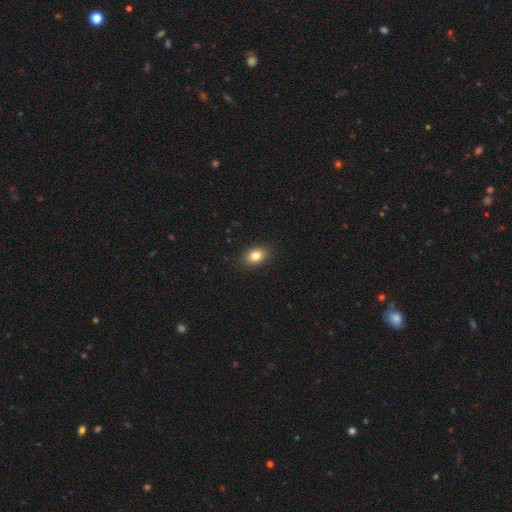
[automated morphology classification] This is clearly a smooth galaxy (82%). How rounded: likely in between (79%). Merging: clearly none (89%).